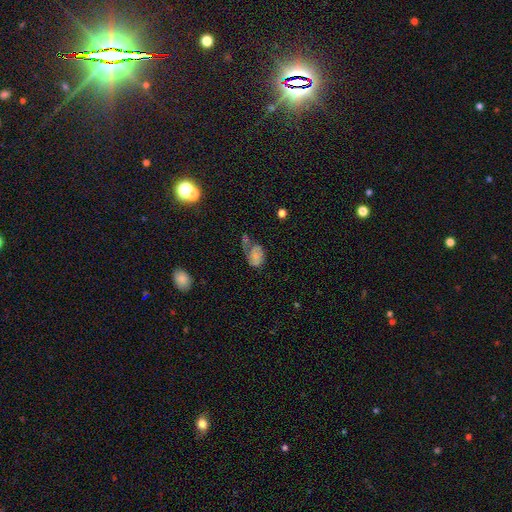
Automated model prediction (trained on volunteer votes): This appears to be a smooth galaxy with no disk features (51%) that is in between round and cigar-shaped (79%). Merging: major disturbance (31%).